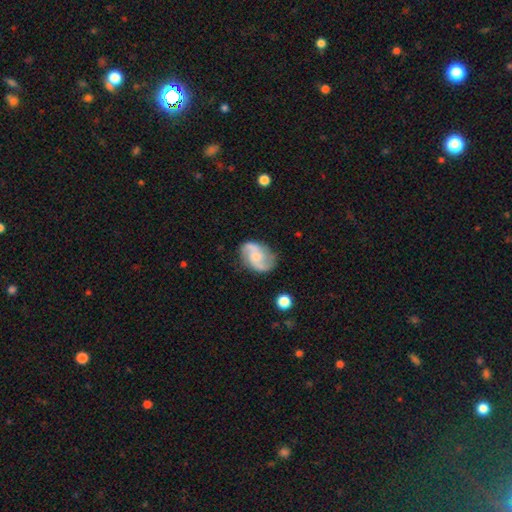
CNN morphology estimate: A featured or disk galaxy (78%) with no bar (55%), 2 (90%) loose (45%) spiral arms (95%) and a small central bulge (51%). Merging: none (74%).